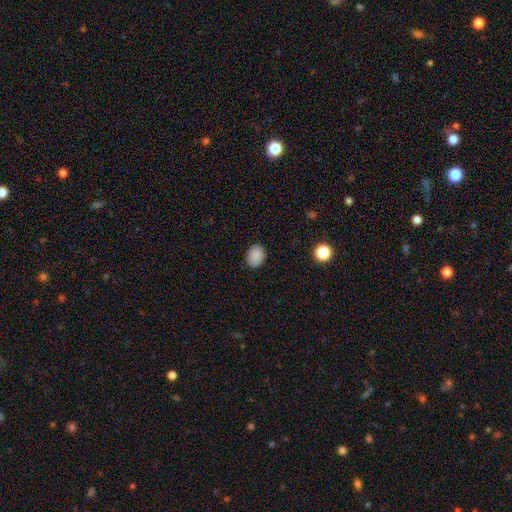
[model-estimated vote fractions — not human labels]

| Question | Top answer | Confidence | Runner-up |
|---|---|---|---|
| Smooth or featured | smooth | 88% | star or artifact (9%) |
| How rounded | in between | 53% | round (46%) |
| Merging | none | 87% | minor disturbance (10%) |